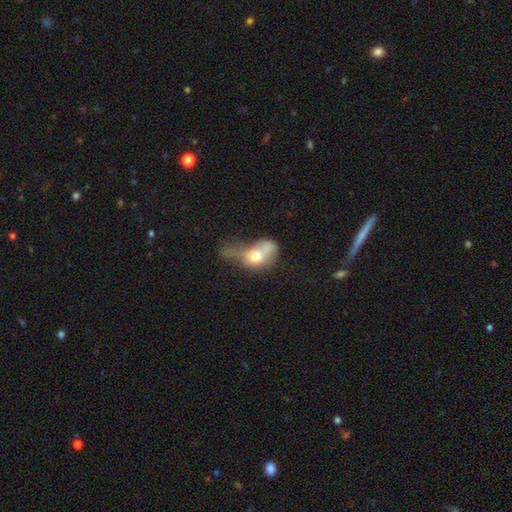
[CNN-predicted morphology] Smooth or featured? smooth (60%)
How rounded? in between (73%)
Merging? major disturbance (46%)